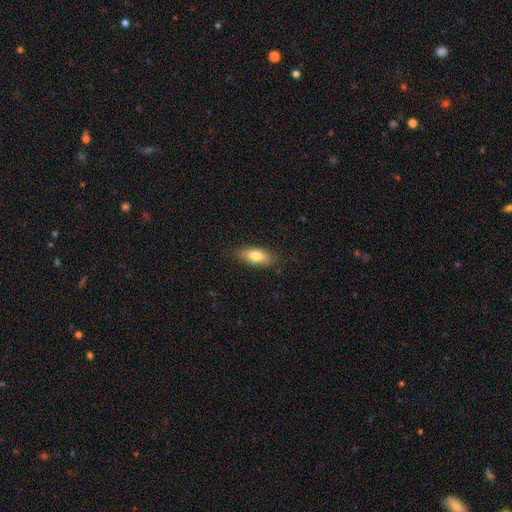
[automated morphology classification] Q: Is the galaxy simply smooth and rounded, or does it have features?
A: smooth — 77%.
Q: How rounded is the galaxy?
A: in between — 77%.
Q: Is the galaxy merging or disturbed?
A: none — 83%.